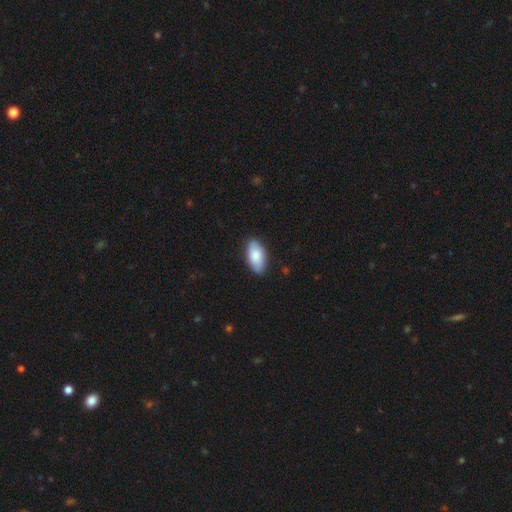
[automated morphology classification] smooth 83%, featured or disk 11%, star or artifact 5%. Down the decision tree: how rounded — in between (93%); merging — none (86%).